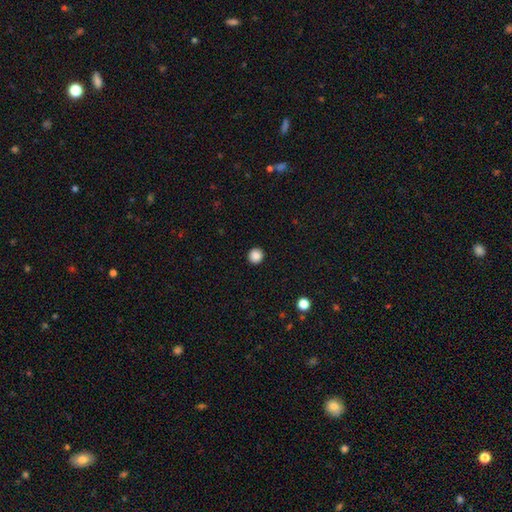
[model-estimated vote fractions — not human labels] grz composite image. It shows a smooth galaxy with no disk features (87%) that is round (93%). Merging: none (93%).